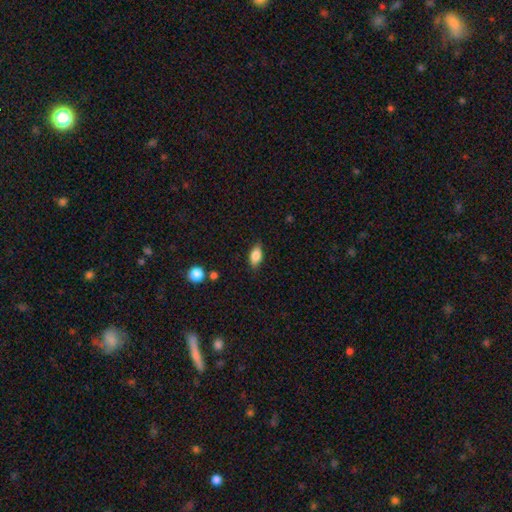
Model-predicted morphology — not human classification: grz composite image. It shows a smooth galaxy with no disk features (82%) that is in between round and cigar-shaped (87%). Merging: none (83%).